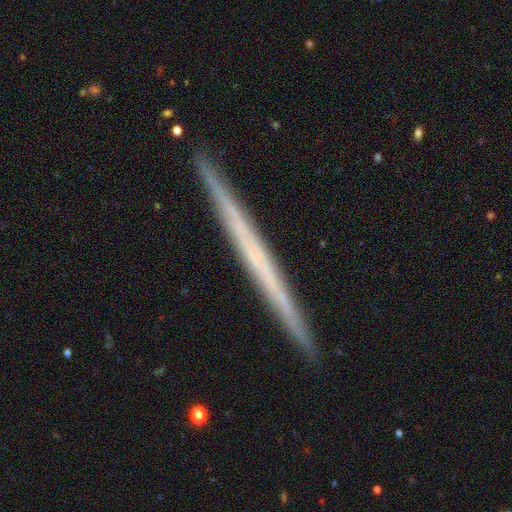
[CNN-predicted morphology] featured or disk 64%, smooth 30%, star or artifact 6%. Down the decision tree: edge-on disk — yes (98%); edge-on bulge — none (92%); merging — none (92%).